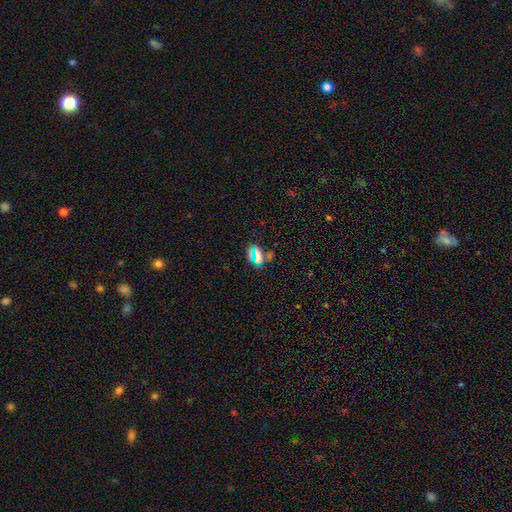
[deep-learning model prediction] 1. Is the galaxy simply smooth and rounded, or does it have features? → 52% smooth, 34% star or artifact, 13% featured or disk.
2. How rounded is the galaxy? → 63% in between, 26% round, 12% cigar-shaped.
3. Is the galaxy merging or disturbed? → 72% none, 14% minor disturbance, 8% major disturbance, 6% merger.